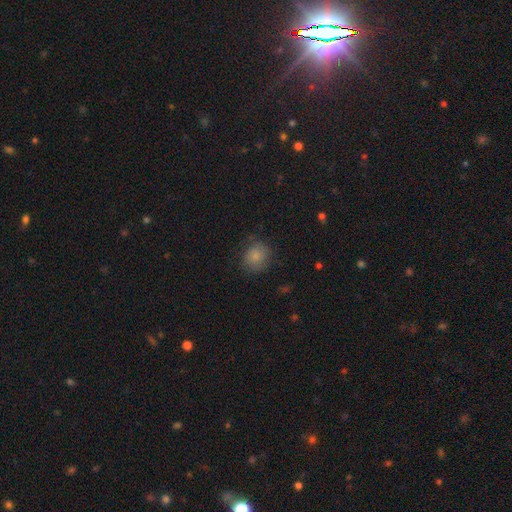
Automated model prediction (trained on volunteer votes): Smooth or featured? smooth (83%)
How rounded? round (80%)
Merging? none (76%)